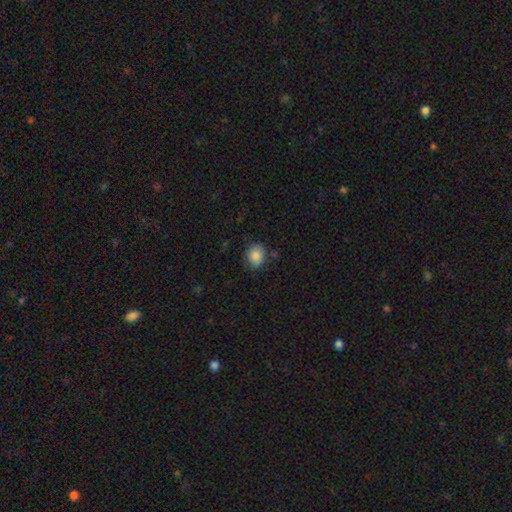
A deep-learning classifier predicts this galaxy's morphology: Overall: smooth (86%). How rounded: round (56%; in between 43%). Merging: none (81%).